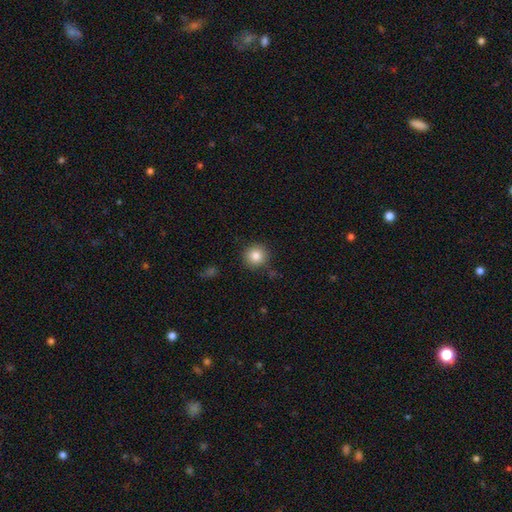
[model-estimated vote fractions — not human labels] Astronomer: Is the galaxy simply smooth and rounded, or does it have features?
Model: smooth — 83%.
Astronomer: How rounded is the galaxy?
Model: round — 94%.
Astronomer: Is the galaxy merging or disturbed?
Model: none — 88%.